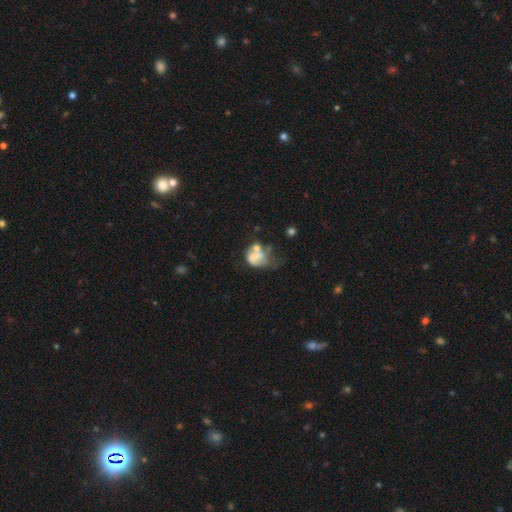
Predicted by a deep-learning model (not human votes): smooth 49%, featured or disk 41%, star or artifact 11%. Down the decision tree: merging — major disturbance (33%).